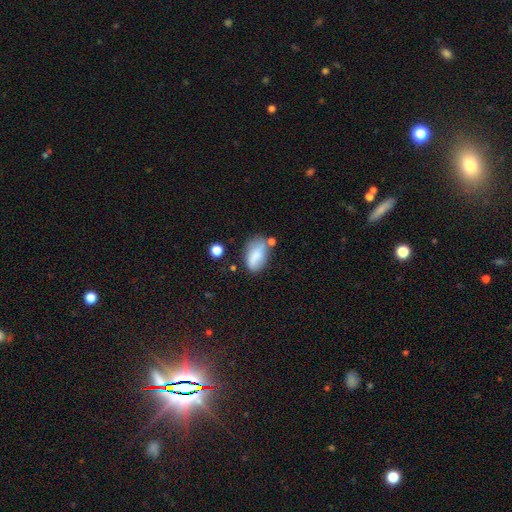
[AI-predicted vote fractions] This is likely a smooth galaxy (76%). How rounded: clearly in between (91%). Merging: possibly none (54%).